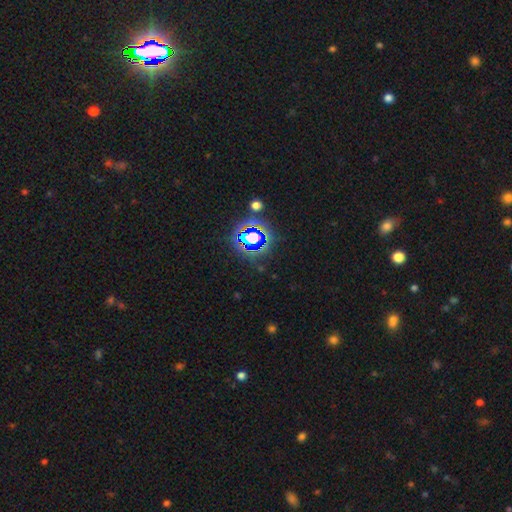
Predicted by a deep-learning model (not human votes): star or artifact 80%, smooth 13%, featured or disk 7%.